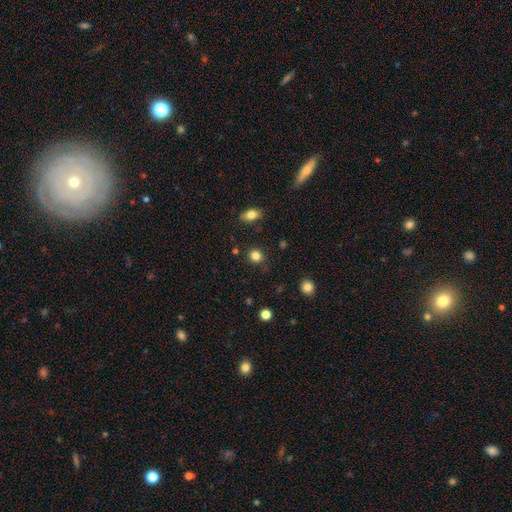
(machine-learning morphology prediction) A smooth galaxy with no disk features (84%) that is round (84%).

Vote fractions:
- Smooth or featured? smooth: 84% / star or artifact: 12% / featured or disk: 4%
- How rounded? round: 84% / in between: 15% / cigar-shaped: 1%
- Merging? none: 87% / minor disturbance: 9% / major disturbance: 3% / merger: 2%